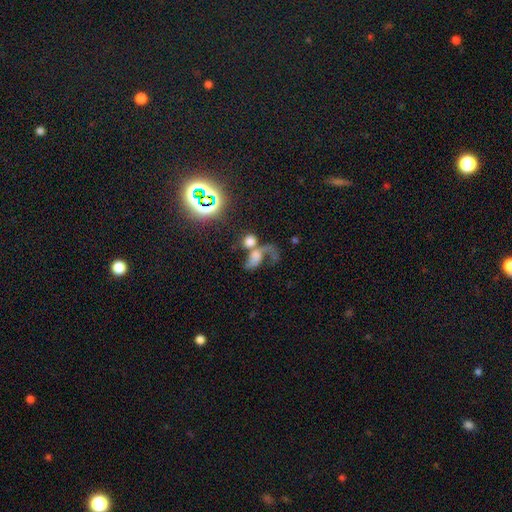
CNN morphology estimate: Q: Smooth or featured?
A: featured or disk (47%); runner-up: smooth (33%)
Q: Merging?
A: merger (48%); runner-up: major disturbance (23%)